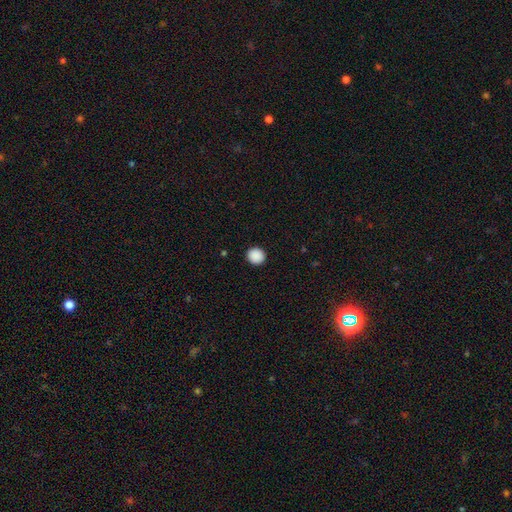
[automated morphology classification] A smooth galaxy with no disk features (90%) that is round (92%). Merging: none (93%).